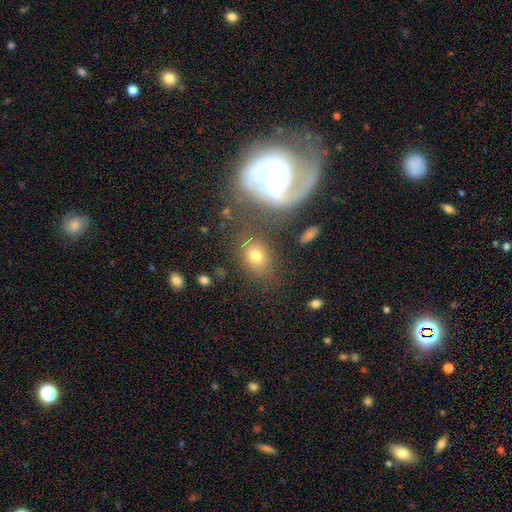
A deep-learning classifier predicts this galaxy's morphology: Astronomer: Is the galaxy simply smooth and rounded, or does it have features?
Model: smooth — 64%.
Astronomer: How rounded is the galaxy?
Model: in between — 57% (runner-up: round, 42%).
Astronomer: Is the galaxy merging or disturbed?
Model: none — 67%.